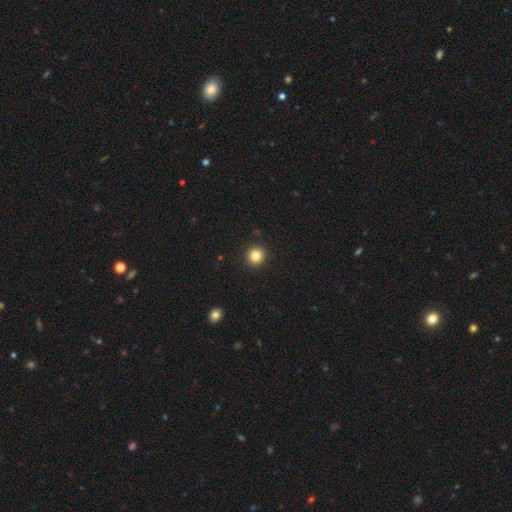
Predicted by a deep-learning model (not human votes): smooth 83%, star or artifact 11%, featured or disk 6%. Down the decision tree: how rounded — round (93%); merging — none (92%).